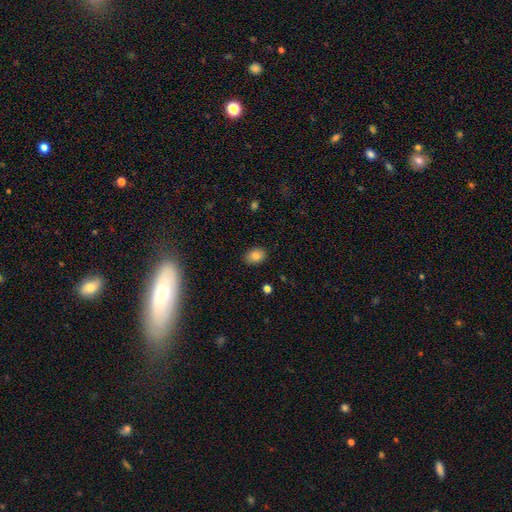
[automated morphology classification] smooth_or_featured: smooth (p=0.82) [alt: star or artifact p=0.09]
how_rounded: in between (p=0.75) [alt: round p=0.24]
merging: none (p=0.87) [alt: minor disturbance p=0.10]